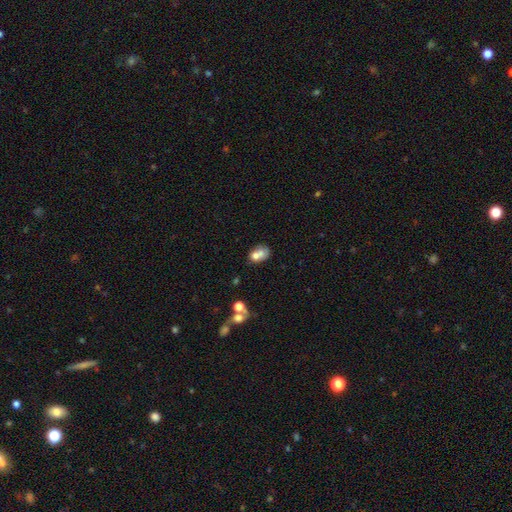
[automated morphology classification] A smooth galaxy with no disk features (64%) that is in between round and cigar-shaped (70%).

Vote fractions:
- Smooth or featured? smooth: 64% / featured or disk: 24% / star or artifact: 12%
- How rounded? in between: 70% / round: 29% / cigar-shaped: 1%
- Merging? merger: 43% / none: 28% / minor disturbance: 17% / major disturbance: 13%